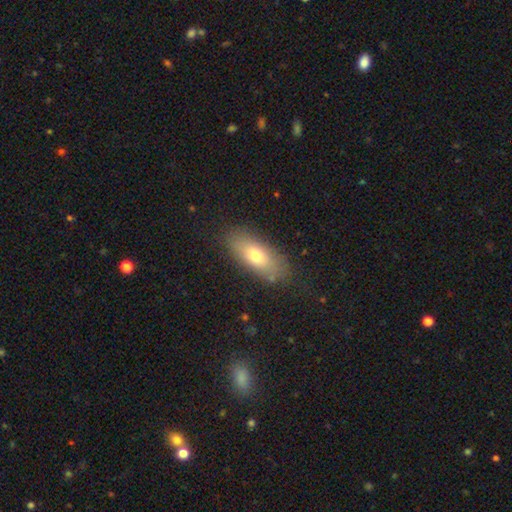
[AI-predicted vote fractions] Overall: smooth (70%). How rounded: in between (78%). Merging: none (82%).